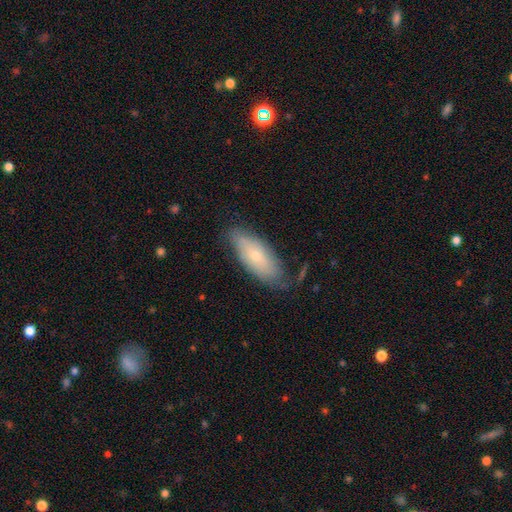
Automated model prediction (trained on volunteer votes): This appears to be a smooth galaxy with no disk features (59%) that is in between round and cigar-shaped (81%). Merging: none (65%).